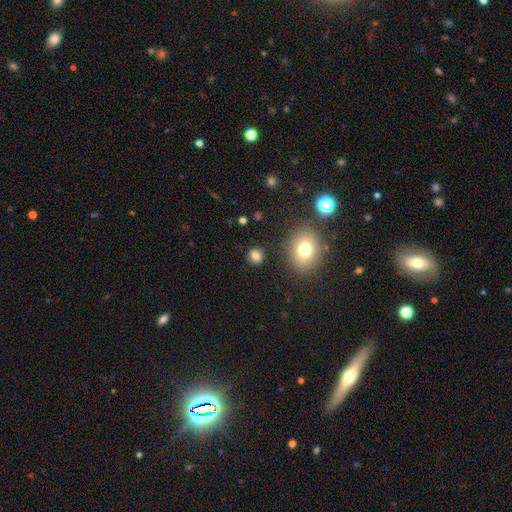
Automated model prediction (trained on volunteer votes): smooth_or_featured: smooth (p=0.80) [alt: star or artifact p=0.13]
how_rounded: round (p=0.73) [alt: in between p=0.26]
merging: none (p=0.84) [alt: minor disturbance p=0.10]